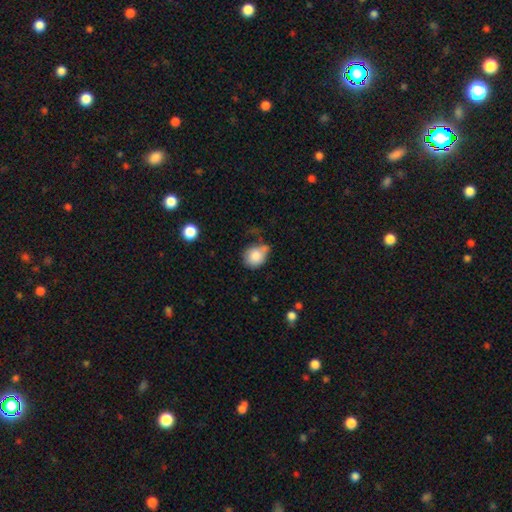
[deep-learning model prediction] This appears to be a smooth galaxy with no disk features (82%) that is round (62%). Merging: none (40%).